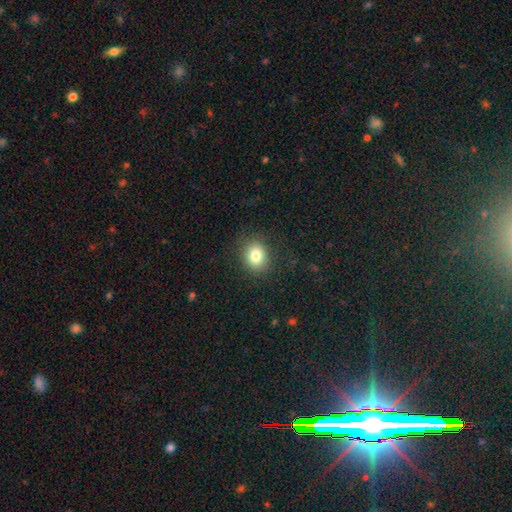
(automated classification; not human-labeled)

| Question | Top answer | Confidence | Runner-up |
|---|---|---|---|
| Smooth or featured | smooth | 81% | star or artifact (11%) |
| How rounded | round | 63% | in between (36%) |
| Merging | none | 86% | minor disturbance (9%) |